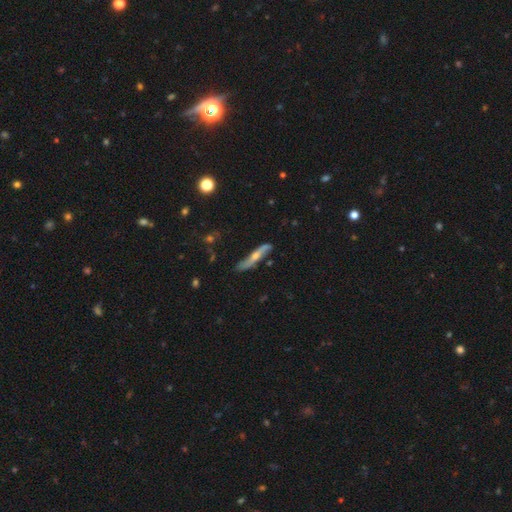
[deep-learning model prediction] This is likely a featured or disk galaxy (63%). It is likely viewed edge-on (76%). Merging: likely none (75%).